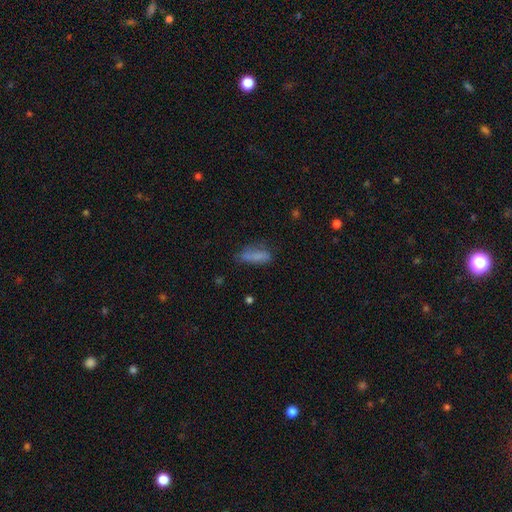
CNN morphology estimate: Smooth or featured? smooth (76%)
How rounded? in between (62%)
Merging? none (53%)